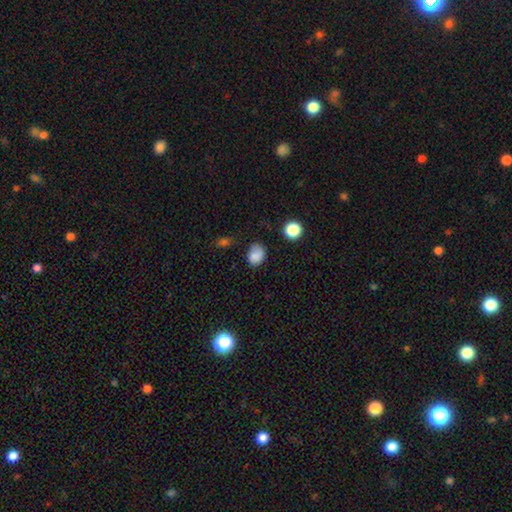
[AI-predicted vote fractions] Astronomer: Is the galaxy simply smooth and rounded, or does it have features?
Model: smooth — 84%.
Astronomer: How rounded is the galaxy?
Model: in between — 53% (runner-up: round, 46%).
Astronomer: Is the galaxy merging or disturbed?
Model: none — 64%.